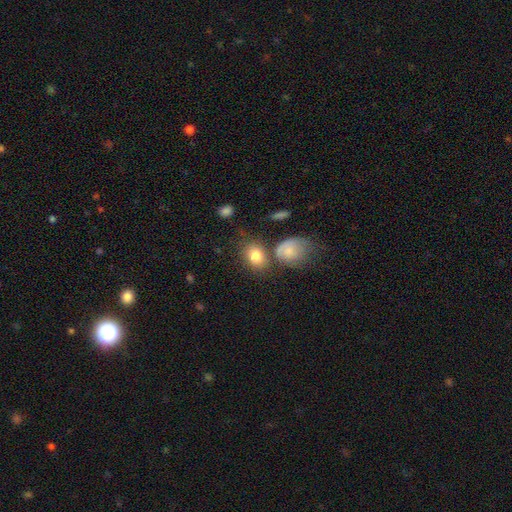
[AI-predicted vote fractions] A smooth galaxy with no disk features (82%) that is in between round and cigar-shaped (59%).

Vote fractions:
- Smooth or featured? smooth: 82% / star or artifact: 9% / featured or disk: 9%
- How rounded? in between: 59% / round: 40% / cigar-shaped: 1%
- Merging? none: 58% / merger: 18% / minor disturbance: 16% / major disturbance: 7%